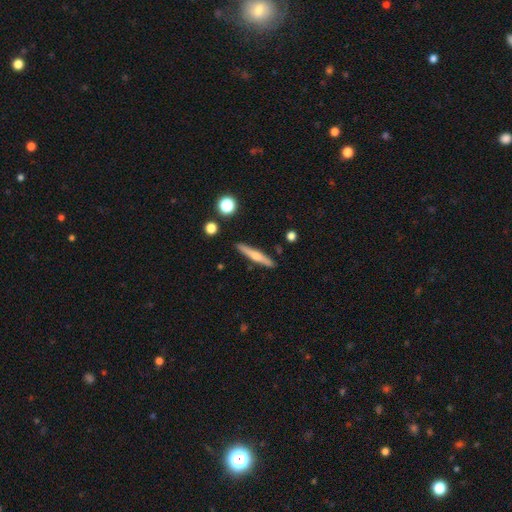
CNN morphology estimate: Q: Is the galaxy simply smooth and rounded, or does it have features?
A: featured or disk — 52%.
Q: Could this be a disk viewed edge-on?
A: yes — 96%.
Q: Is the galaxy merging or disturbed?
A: none — 89%.